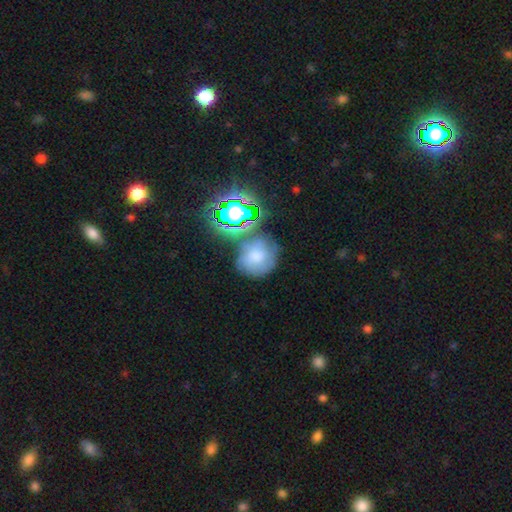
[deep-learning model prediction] Overall: smooth (57%; featured or disk 22%). How rounded: round (85%). Merging: none (57%; minor disturbance 18%).